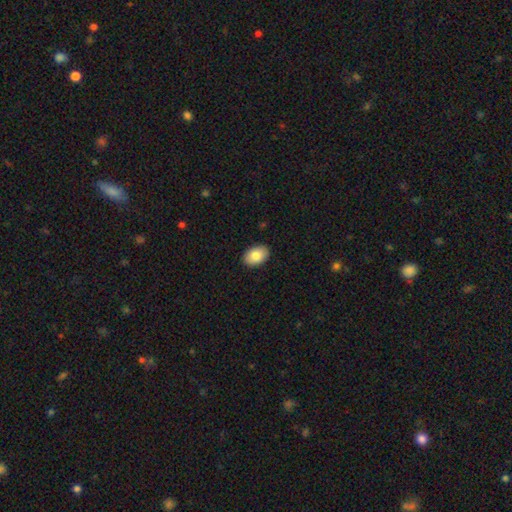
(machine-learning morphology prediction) Q: Smooth or featured?
A: smooth (84%); runner-up: featured or disk (10%)
Q: How rounded?
A: in between (88%); runner-up: round (11%)
Q: Merging?
A: none (90%); runner-up: minor disturbance (7%)